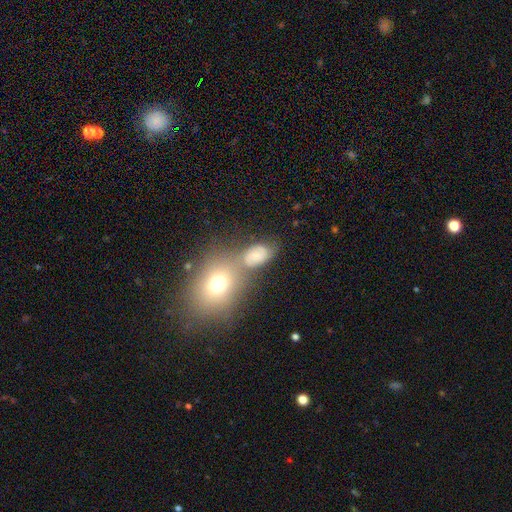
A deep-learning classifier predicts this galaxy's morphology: This appears to be a smooth galaxy with no disk features (45%). Merging: none (51%).